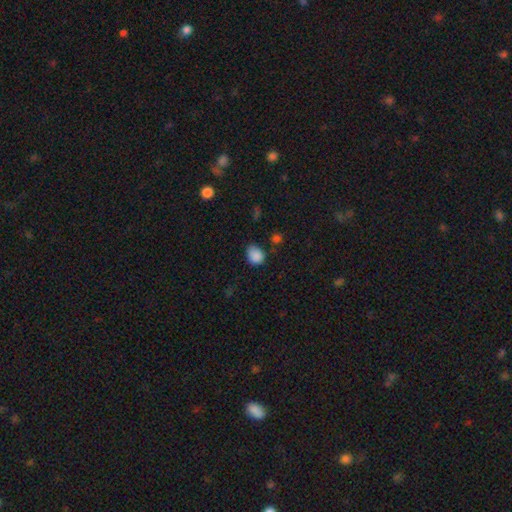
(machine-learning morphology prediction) The model was most divided on "how rounded": round: 53%, in between: 46%, cigar-shaped: 1%. More confident: smooth or featured — smooth (86%); merging — none (60%).